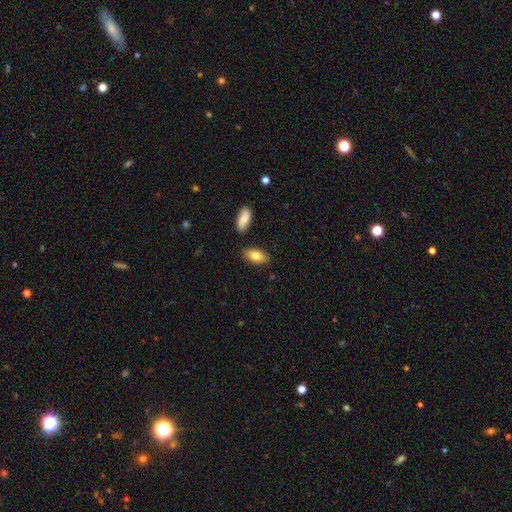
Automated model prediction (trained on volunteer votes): A smooth galaxy with no disk features (84%) that is in between round and cigar-shaped (90%).

Vote fractions:
- Smooth or featured? smooth: 84% / featured or disk: 10% / star or artifact: 7%
- How rounded? in between: 90% / cigar-shaped: 7% / round: 3%
- Merging? none: 82% / minor disturbance: 11% / merger: 4% / major disturbance: 2%